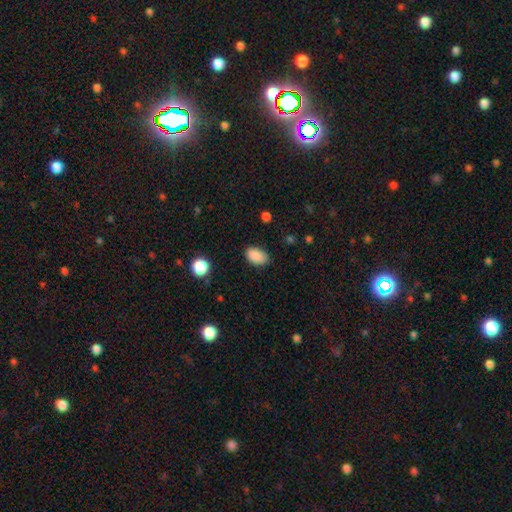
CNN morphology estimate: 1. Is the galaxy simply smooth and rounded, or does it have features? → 88% smooth, 8% star or artifact, 3% featured or disk.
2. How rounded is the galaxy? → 89% in between, 10% round, 1% cigar-shaped.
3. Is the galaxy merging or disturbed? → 82% none, 14% minor disturbance, 3% major disturbance, 1% merger.